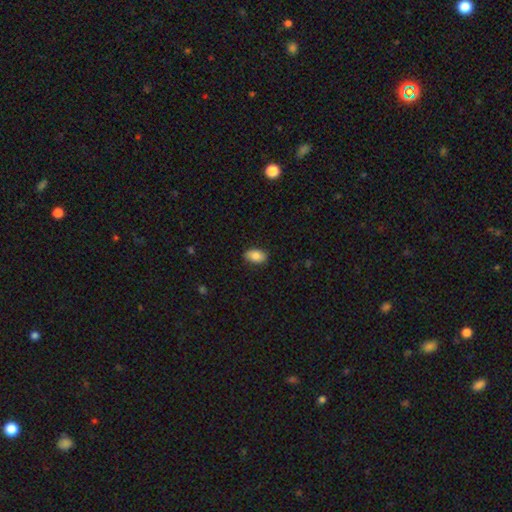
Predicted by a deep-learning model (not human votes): The model was most divided on "merging": none: 87%, minor disturbance: 10%, major disturbance: 2%, merger: 1%. More confident: how rounded — in between (91%); smooth or featured — smooth (85%).